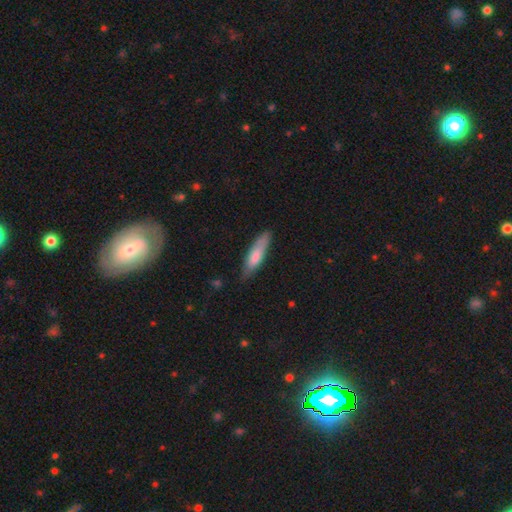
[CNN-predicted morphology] smooth_or_featured: smooth (p=0.75) [alt: featured or disk p=0.20]
how_rounded: cigar-shaped (p=0.68) [alt: in between p=0.30]
merging: none (p=0.77) [alt: minor disturbance p=0.18]